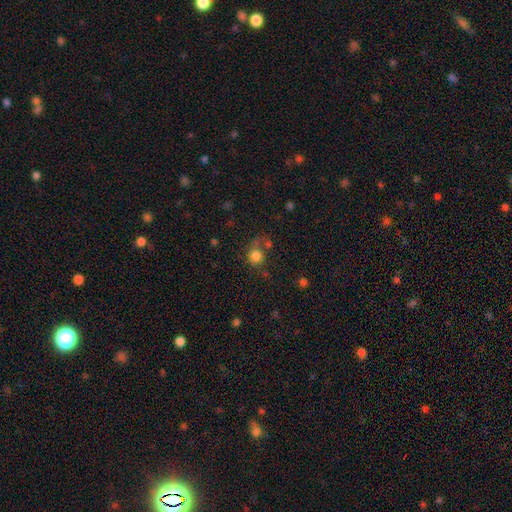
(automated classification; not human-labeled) Smooth or featured? smooth (81%)
How rounded? round (86%)
Merging? none (55%)